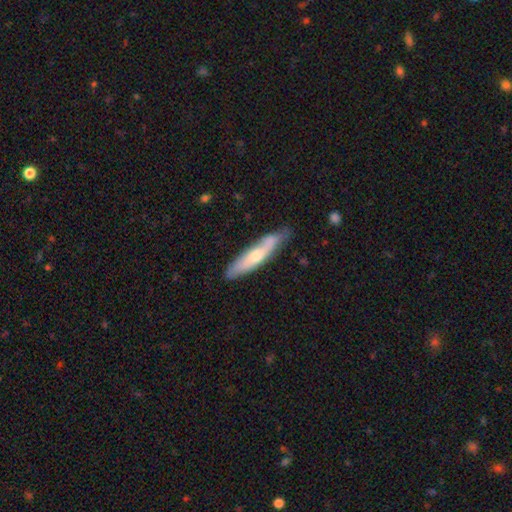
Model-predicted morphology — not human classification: Smooth or featured? smooth (51%)
How rounded? cigar-shaped (81%)
Merging? none (74%)